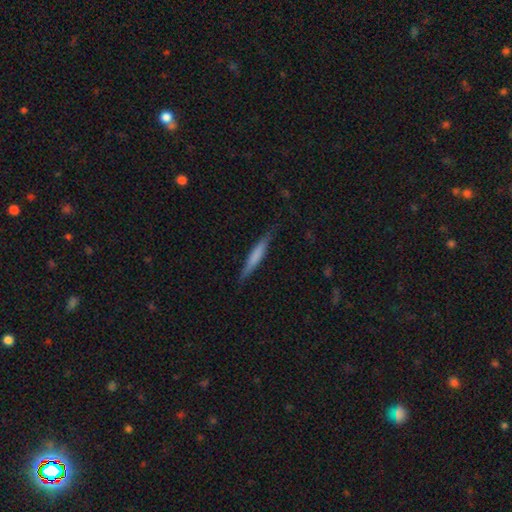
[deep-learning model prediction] Overall: smooth (61%; featured or disk 33%). How rounded: cigar-shaped (93%). Merging: none (84%).